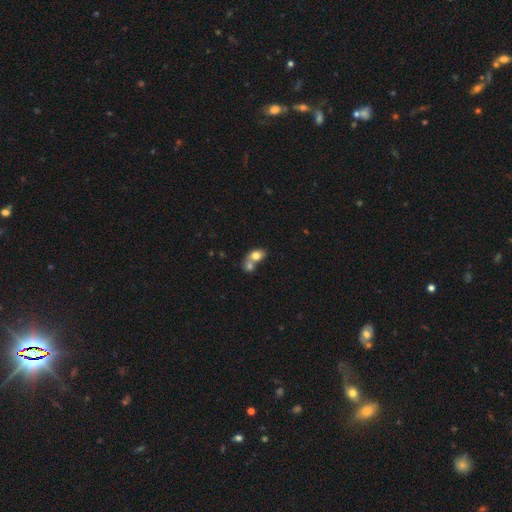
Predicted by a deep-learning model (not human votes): This appears to be a smooth galaxy with no disk features (74%) that is in between round and cigar-shaped (68%). Merging: merger (69%).